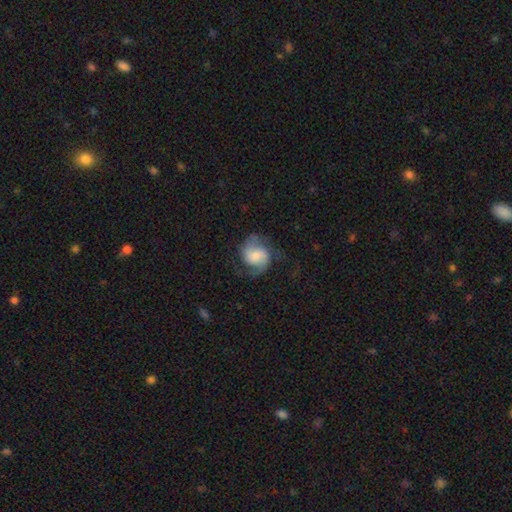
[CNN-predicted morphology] smooth_or_featured: featured or disk (p=0.70) [alt: smooth p=0.23]
disk_edge_on: no (p=0.98) [alt: yes p=0.02]
bar: no (p=0.55) [alt: weak p=0.35]
has_spiral_arms: yes (p=0.94) [alt: no p=0.06]
spiral_winding: medium (p=0.47) [alt: loose p=0.38]
spiral_arm_count: 2 (p=0.89) [alt: can't tell p=0.04]
bulge_size: small (p=0.26) [alt: moderate p=0.25]
merging: none (p=0.65) [alt: minor disturbance p=0.18]